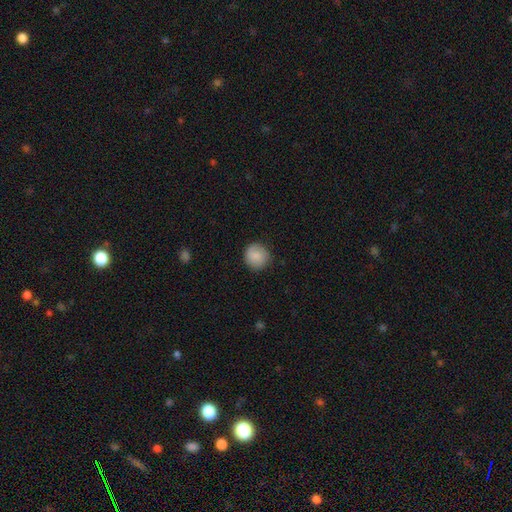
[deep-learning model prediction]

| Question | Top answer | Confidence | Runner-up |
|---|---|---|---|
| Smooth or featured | smooth | 85% | star or artifact (7%) |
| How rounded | round | 93% | in between (6%) |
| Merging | none | 87% | minor disturbance (10%) |